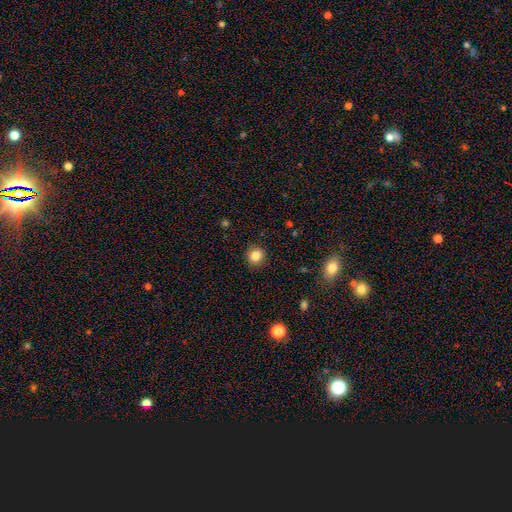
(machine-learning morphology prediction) smooth 84%, star or artifact 11%, featured or disk 5%. Down the decision tree: how rounded — round (91%); merging — none (91%).